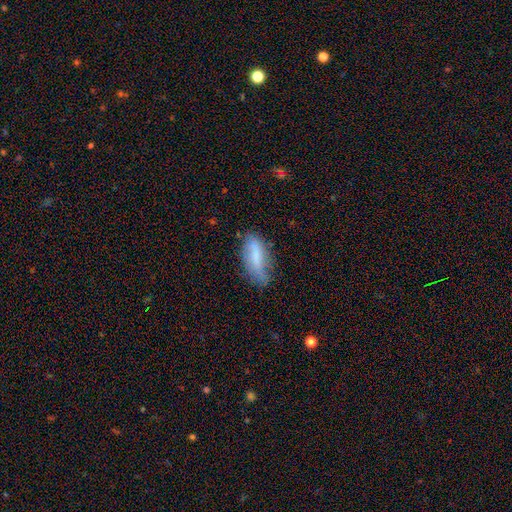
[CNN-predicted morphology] Overall: smooth (69%). How rounded: in between (72%). Merging: none (58%; minor disturbance 32%).